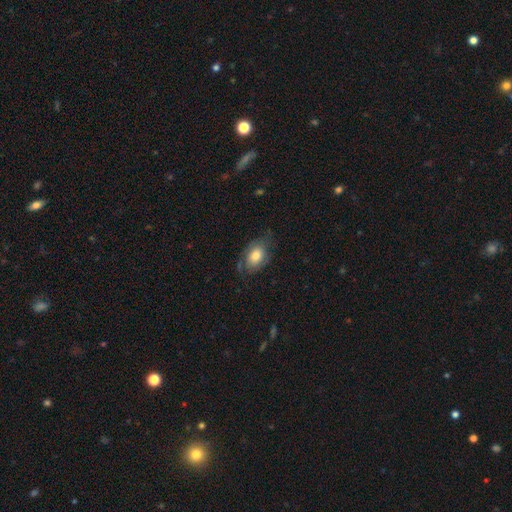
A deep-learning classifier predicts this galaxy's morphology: type=smooth (63%); roundness=in between (80%); merging=none (58%).